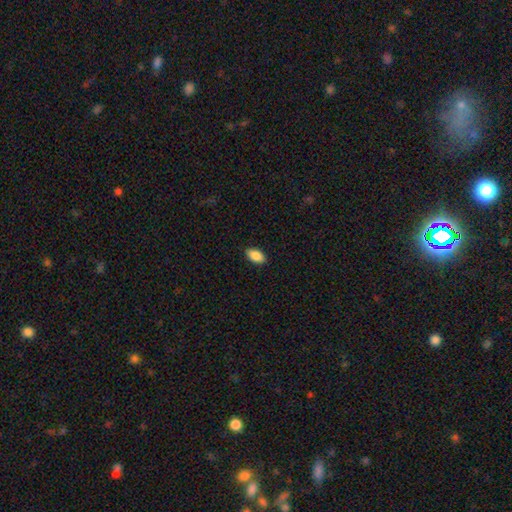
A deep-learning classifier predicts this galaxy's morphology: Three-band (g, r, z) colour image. It shows a smooth galaxy with no disk features (88%) that is in between round and cigar-shaped (93%). Merging: none (89%).